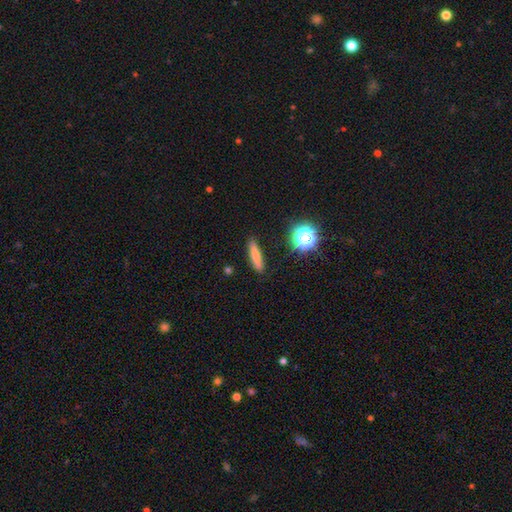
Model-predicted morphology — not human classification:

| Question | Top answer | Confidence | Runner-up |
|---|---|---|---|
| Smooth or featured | smooth | 69% | featured or disk (18%) |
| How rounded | cigar-shaped | 79% | in between (16%) |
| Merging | none | 88% | minor disturbance (8%) |